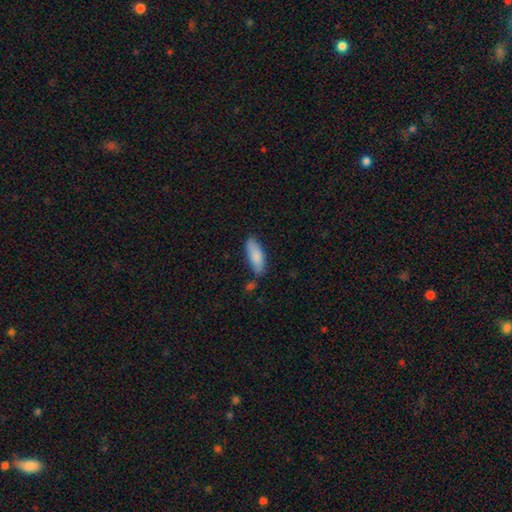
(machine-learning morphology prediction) The model was most divided on "how rounded": in between: 69%, cigar-shaped: 30%, round: 2%. More confident: smooth or featured — smooth (85%); merging — none (67%).